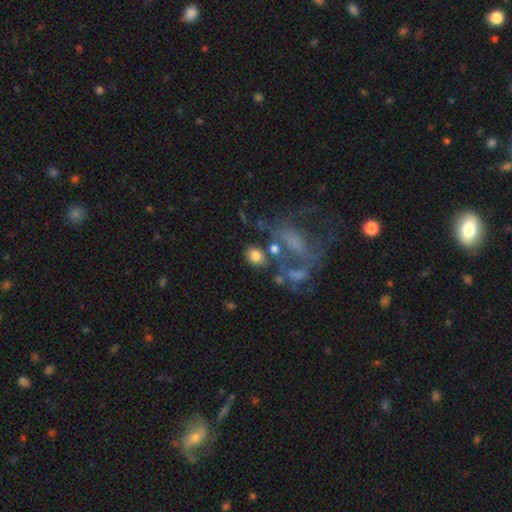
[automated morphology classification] smooth_or_featured: smooth (p=0.76) [alt: featured or disk p=0.14]
how_rounded: in between (p=0.55) [alt: round p=0.44]
merging: none (p=0.59) [alt: merger p=0.17]